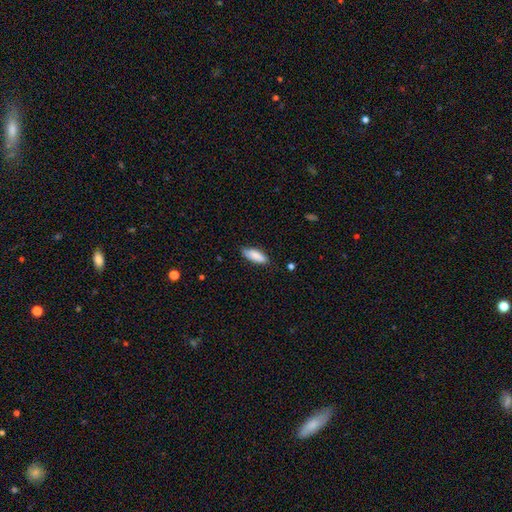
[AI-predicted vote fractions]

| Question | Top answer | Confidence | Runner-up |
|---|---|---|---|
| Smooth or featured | smooth | 84% | featured or disk (10%) |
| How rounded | in between | 67% | cigar-shaped (31%) |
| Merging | none | 79% | minor disturbance (17%) |